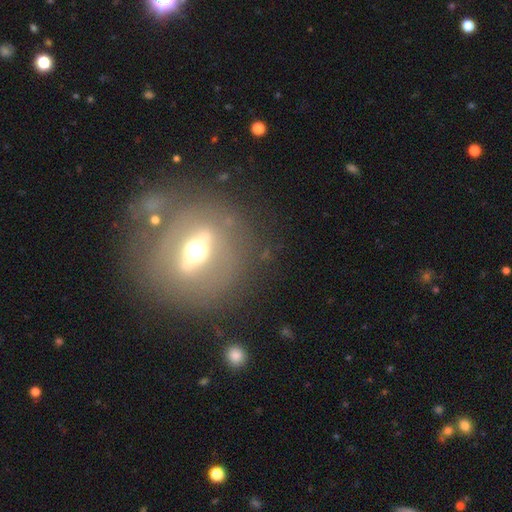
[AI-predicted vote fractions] Smooth or featured? Predicted: featured or disk (p=0.68). Edge-on disk? Predicted: no (p=0.66). Merging? Predicted: none (p=0.75).